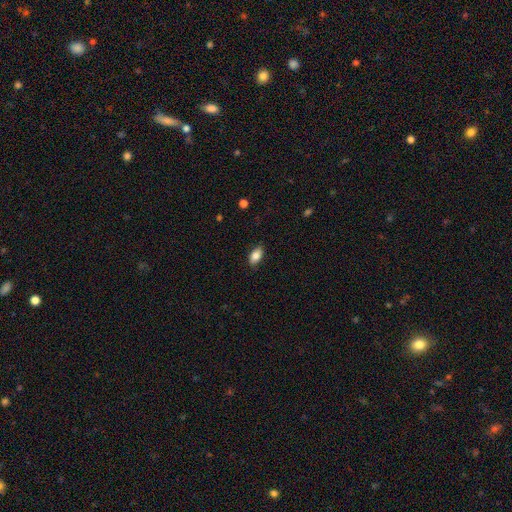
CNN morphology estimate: Q: Smooth or featured?
A: smooth (83%); runner-up: featured or disk (10%)
Q: How rounded?
A: in between (91%); runner-up: round (6%)
Q: Merging?
A: none (85%); runner-up: minor disturbance (11%)